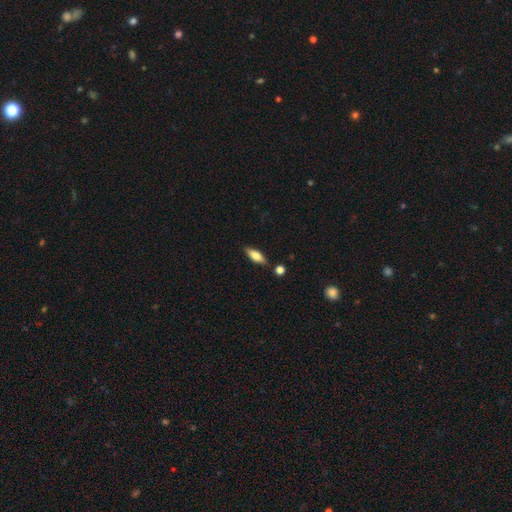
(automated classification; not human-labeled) This appears to be a smooth galaxy with no disk features (67%) that is in between round and cigar-shaped (64%). Merging: none (82%).